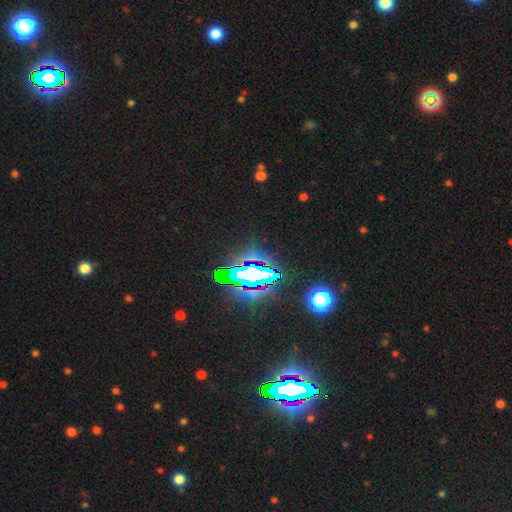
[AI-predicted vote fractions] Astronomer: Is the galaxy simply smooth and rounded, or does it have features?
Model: star or artifact — 83%.